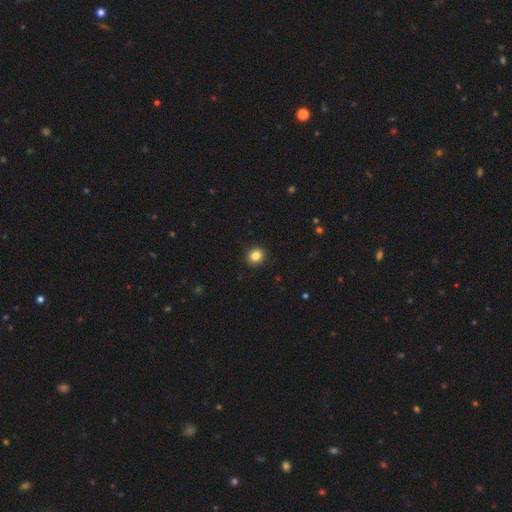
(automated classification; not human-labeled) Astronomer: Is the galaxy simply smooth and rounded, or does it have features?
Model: smooth — 85%.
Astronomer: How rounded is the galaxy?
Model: round — 81%.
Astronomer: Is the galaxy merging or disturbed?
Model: none — 91%.